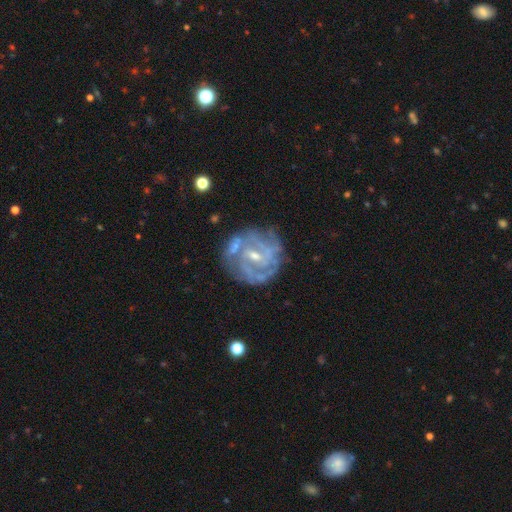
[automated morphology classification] Smooth or featured? Predicted: featured or disk (p=0.85). Edge-on disk? Predicted: no (p=0.97). Bar? Predicted: weak (p=0.51). Spiral arms? Predicted: yes (p=0.89). Spiral winding? Predicted: tight (p=0.61). Spiral arm count? Predicted: can't tell (p=0.34). Bulge size? Predicted: small (p=0.55). Merging? Predicted: none (p=0.68).